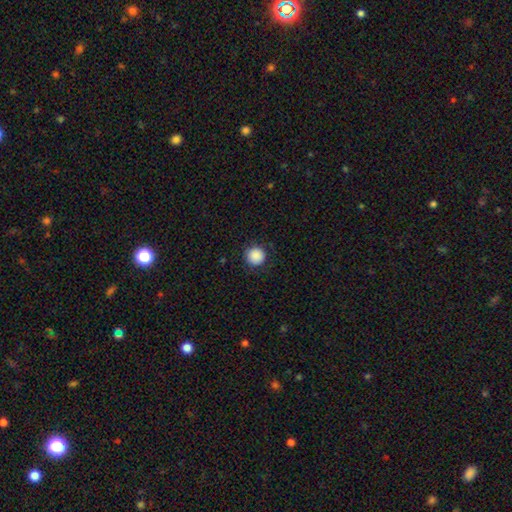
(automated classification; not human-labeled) Smooth or featured? Predicted: smooth (p=0.88). How rounded? Predicted: round (p=0.96). Merging? Predicted: none (p=0.90).